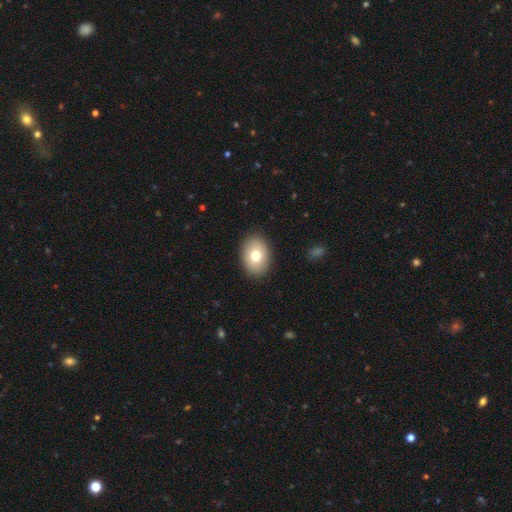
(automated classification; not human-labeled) Smooth or featured: smooth — 75% (featured or disk — 17%)
How rounded: in between — 80% (round — 19%)
Merging: none — 89% (minor disturbance — 8%)